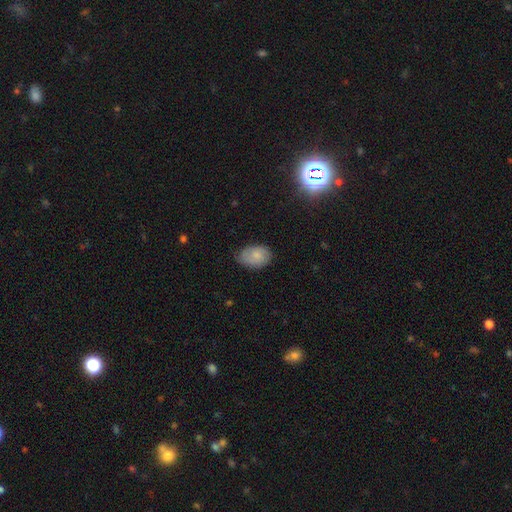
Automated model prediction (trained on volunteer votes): Smooth or featured? Predicted: smooth (p=0.71). How rounded? Predicted: in between (p=0.85). Merging? Predicted: none (p=0.66).